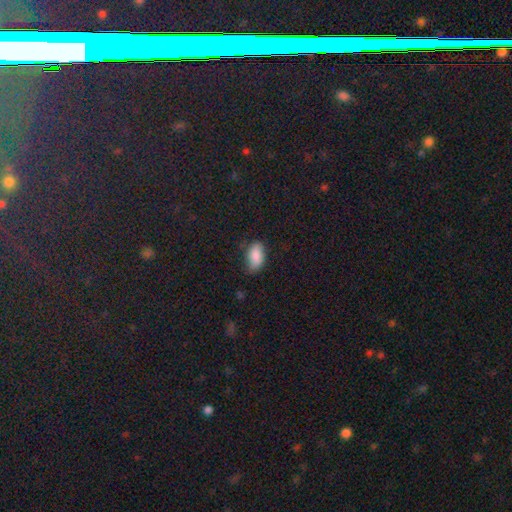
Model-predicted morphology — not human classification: Smooth or featured?
  - smooth: 86% *
  - star or artifact: 7%
  - featured or disk: 6%
How rounded?
  - in between: 93% *
  - round: 4%
  - cigar-shaped: 3%
Merging?
  - none: 70% *
  - minor disturbance: 24%
  - major disturbance: 5%
  - merger: 1%